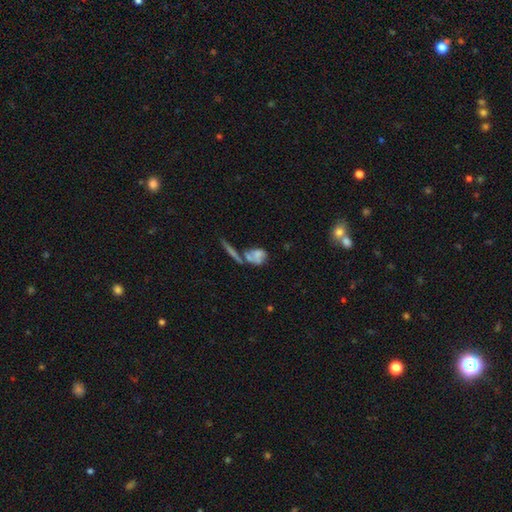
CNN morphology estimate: smooth_or_featured: smooth (p=0.53) [alt: featured or disk p=0.36]
how_rounded: in between (p=0.63) [alt: round p=0.26]
merging: merger (p=0.38) [alt: none p=0.32]